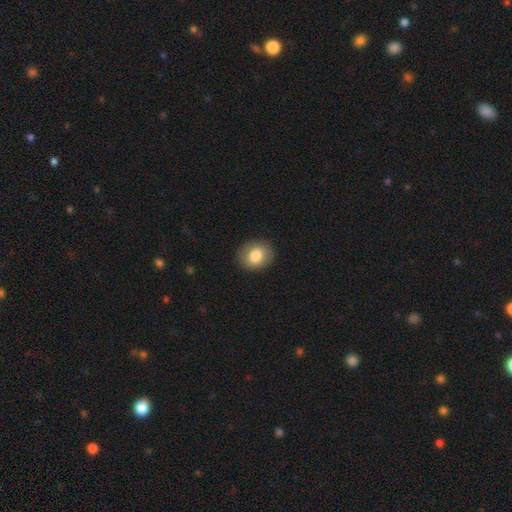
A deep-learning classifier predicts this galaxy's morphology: The model was most divided on "how rounded": round: 58%, in between: 42%, cigar-shaped: 1%. More confident: merging — none (89%); smooth or featured — smooth (81%).